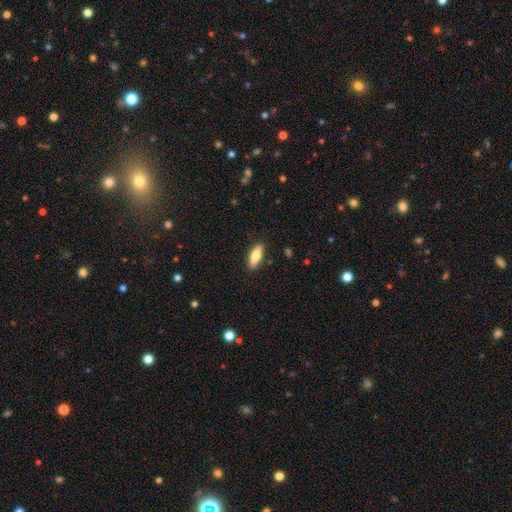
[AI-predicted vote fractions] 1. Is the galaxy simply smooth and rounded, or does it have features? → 77% smooth, 17% featured or disk, 6% star or artifact.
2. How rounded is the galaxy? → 66% in between, 31% cigar-shaped, 2% round.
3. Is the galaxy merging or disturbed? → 87% none, 10% minor disturbance, 2% major disturbance, 1% merger.